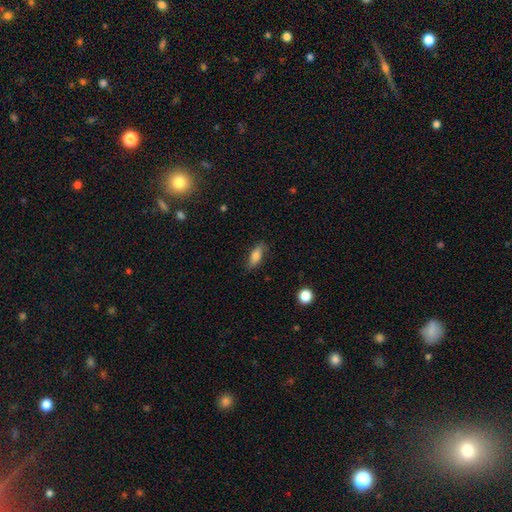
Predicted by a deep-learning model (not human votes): A smooth galaxy with no disk features (76%) that is in between round and cigar-shaped (71%).

Vote fractions:
- Smooth or featured? smooth: 76% / featured or disk: 16% / star or artifact: 8%
- How rounded? in between: 71% / cigar-shaped: 26% / round: 3%
- Merging? none: 77% / minor disturbance: 18% / major disturbance: 4% / merger: 1%